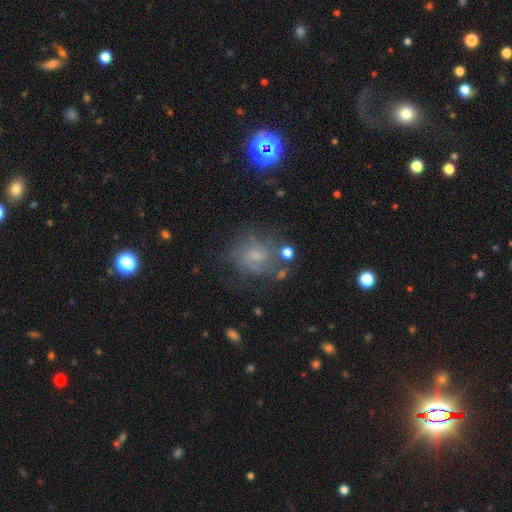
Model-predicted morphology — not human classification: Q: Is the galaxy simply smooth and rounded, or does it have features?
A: featured or disk — 54%.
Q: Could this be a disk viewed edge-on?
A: no — 97%.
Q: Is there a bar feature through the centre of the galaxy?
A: no — 58%.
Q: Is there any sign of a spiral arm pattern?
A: yes — 80%.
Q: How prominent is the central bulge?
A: small — 49%.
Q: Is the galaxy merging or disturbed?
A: none — 62%.